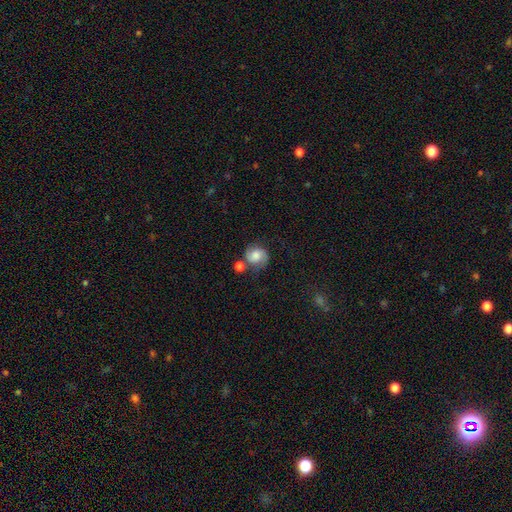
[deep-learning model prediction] A featured or disk galaxy (51%). Merging: none (60%).